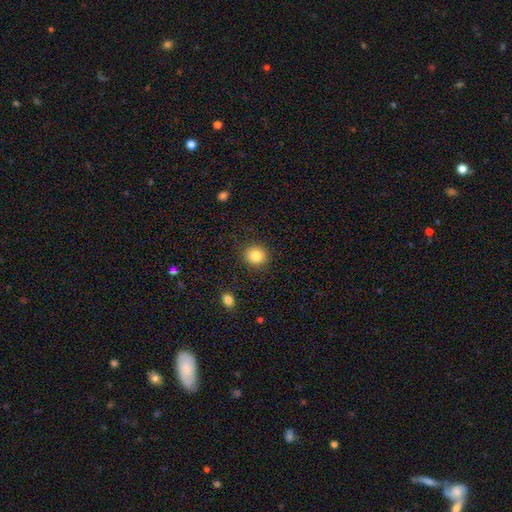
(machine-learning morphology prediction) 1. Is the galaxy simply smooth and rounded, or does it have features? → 84% smooth, 10% star or artifact, 6% featured or disk.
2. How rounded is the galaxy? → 88% round, 11% in between, 1% cigar-shaped.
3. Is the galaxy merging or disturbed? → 90% none, 6% minor disturbance, 2% major disturbance, 1% merger.